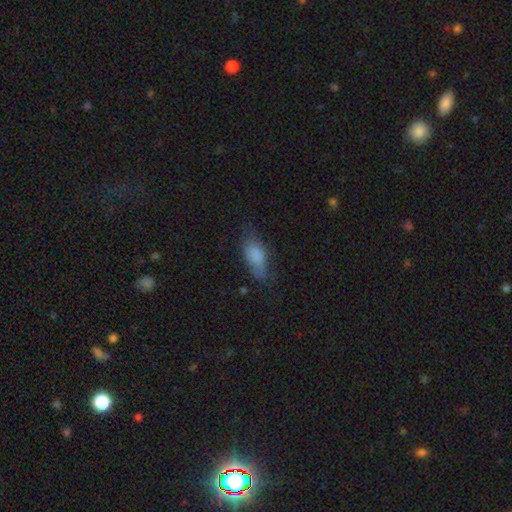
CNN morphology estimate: Smooth or featured: smooth — 79% (featured or disk — 13%)
How rounded: in between — 83% (cigar-shaped — 13%)
Merging: none — 57% (minor disturbance — 28%)